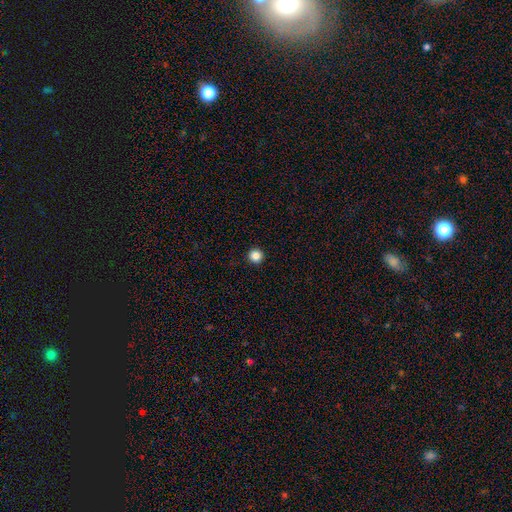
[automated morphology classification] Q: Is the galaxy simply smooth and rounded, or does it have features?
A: smooth — 85%.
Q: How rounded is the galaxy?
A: round — 97%.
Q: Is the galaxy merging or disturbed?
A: none — 94%.